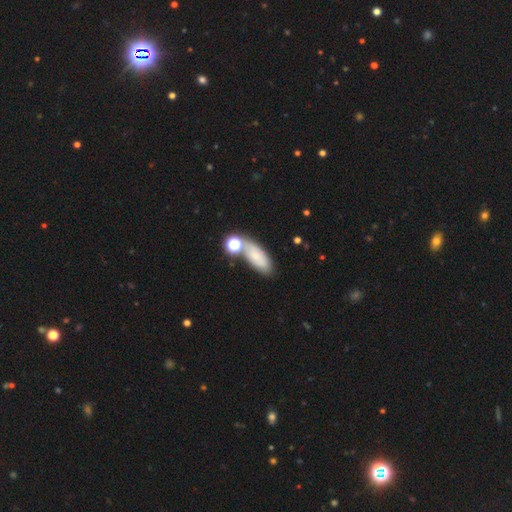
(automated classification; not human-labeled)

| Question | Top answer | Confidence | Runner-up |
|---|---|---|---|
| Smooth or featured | smooth | 69% | featured or disk (19%) |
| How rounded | in between | 74% | cigar-shaped (19%) |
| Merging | none | 56% | merger (20%) |